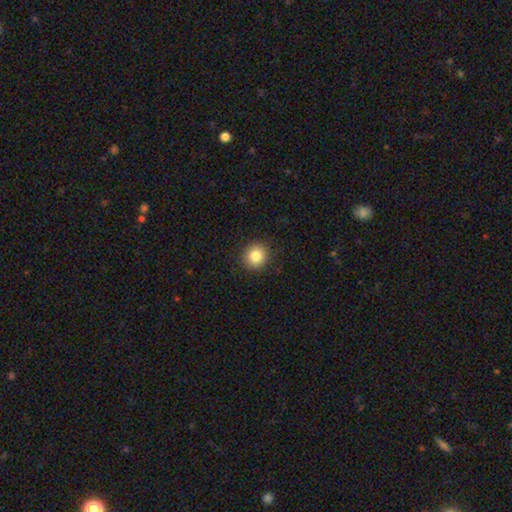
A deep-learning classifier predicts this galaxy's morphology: This appears to be a smooth galaxy with no disk features (84%) that is round (87%). Merging: none (90%).